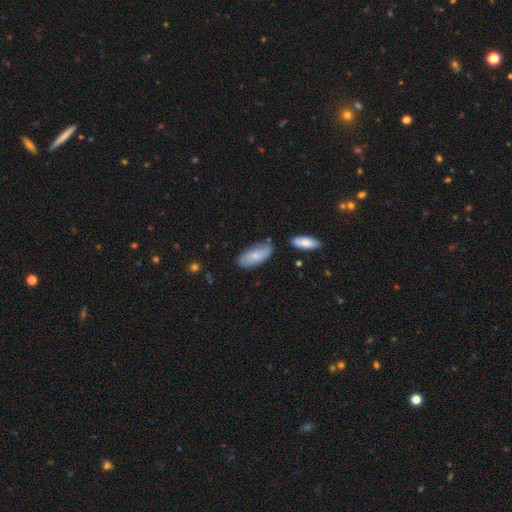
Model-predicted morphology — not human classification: Smooth or featured: smooth — 74% (featured or disk — 20%)
How rounded: in between — 85% (cigar-shaped — 13%)
Merging: none — 72% (minor disturbance — 19%)